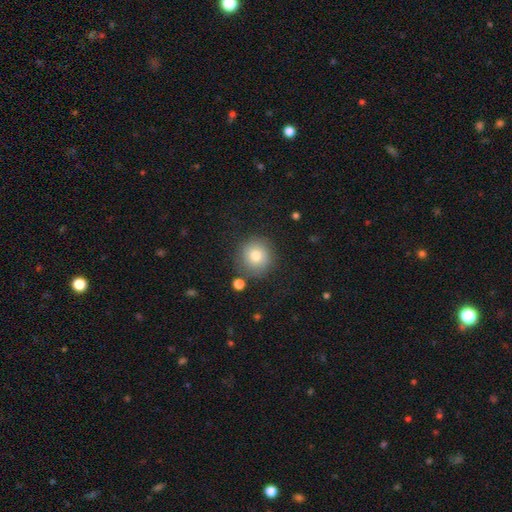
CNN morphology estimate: A smooth galaxy with no disk features (76%) that is round (92%).

Vote fractions:
- Smooth or featured? smooth: 76% / featured or disk: 13% / star or artifact: 11%
- How rounded? round: 92% / in between: 7% / cigar-shaped: 1%
- Merging? none: 81% / minor disturbance: 12% / major disturbance: 4% / merger: 3%